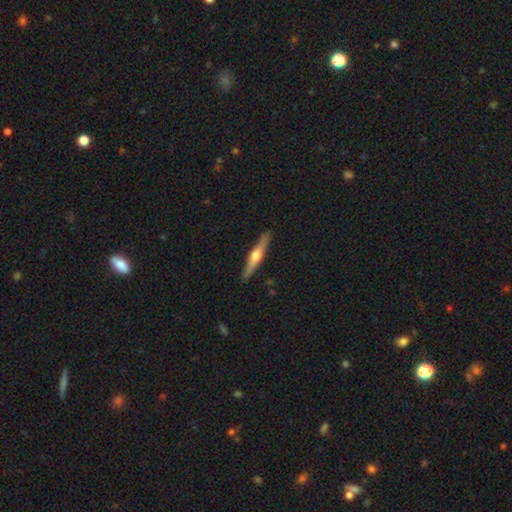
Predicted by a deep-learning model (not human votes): A featured or disk galaxy (65%) viewed edge-on (97%) with a rounded central bulge (92%).

Vote fractions:
- Smooth or featured? featured or disk: 65% / smooth: 29% / star or artifact: 5%
- Edge-on disk? yes: 97% / no: 3%
- Edge-on bulge? rounded: 92% / boxy: 4% / none: 4%
- Merging? none: 90% / minor disturbance: 7% / major disturbance: 1% / merger: 1%